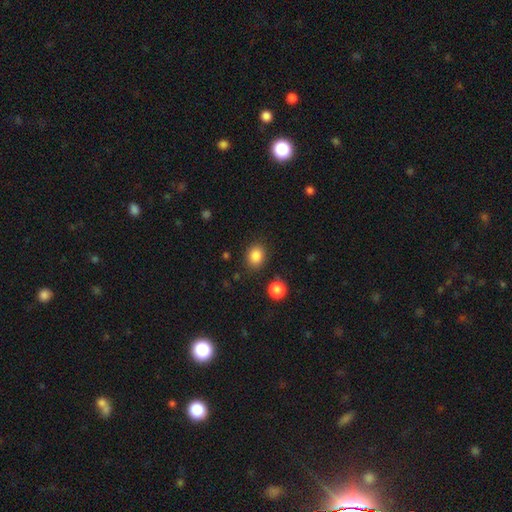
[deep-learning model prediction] Q: Smooth or featured?
A: smooth (85%); runner-up: star or artifact (10%)
Q: How rounded?
A: round (55%); runner-up: in between (44%)
Q: Merging?
A: none (85%); runner-up: minor disturbance (9%)